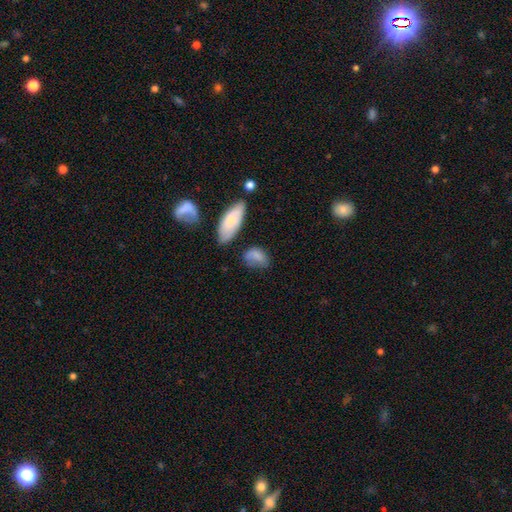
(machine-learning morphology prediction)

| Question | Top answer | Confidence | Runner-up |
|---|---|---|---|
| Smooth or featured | smooth | 76% | featured or disk (15%) |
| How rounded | in between | 81% | round (15%) |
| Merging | none | 45% | minor disturbance (31%) |